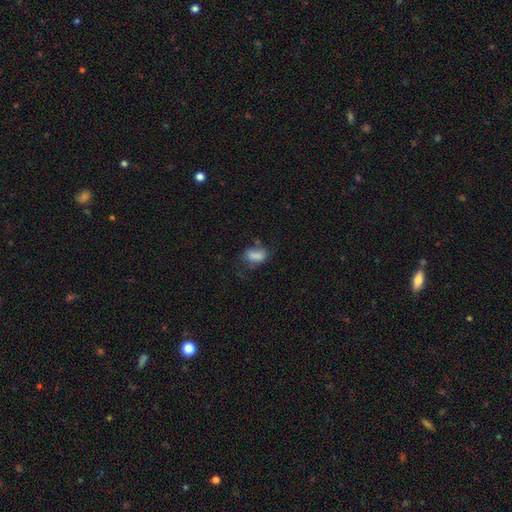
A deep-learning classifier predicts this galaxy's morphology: Smooth or featured? Predicted: smooth (p=0.75). How rounded? Predicted: in between (p=0.85). Merging? Predicted: none (p=0.40).